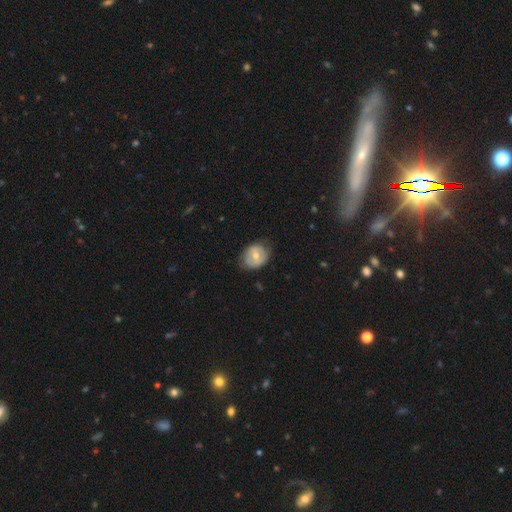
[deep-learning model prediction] Overall: smooth (50%; featured or disk 43%). How rounded: in between (53%; round 46%). Merging: none (66%).